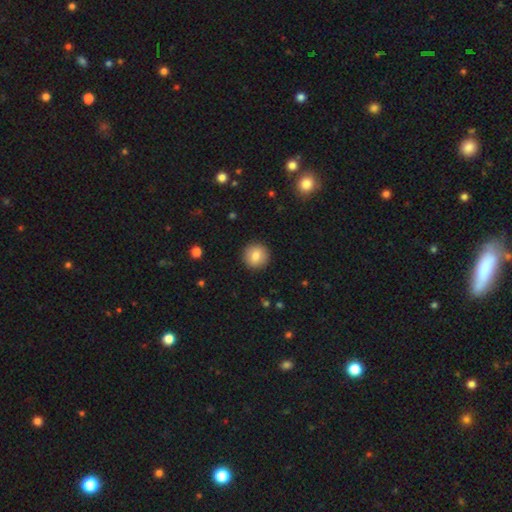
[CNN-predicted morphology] A smooth galaxy with no disk features (83%) that is round (94%). Merging: none (92%).